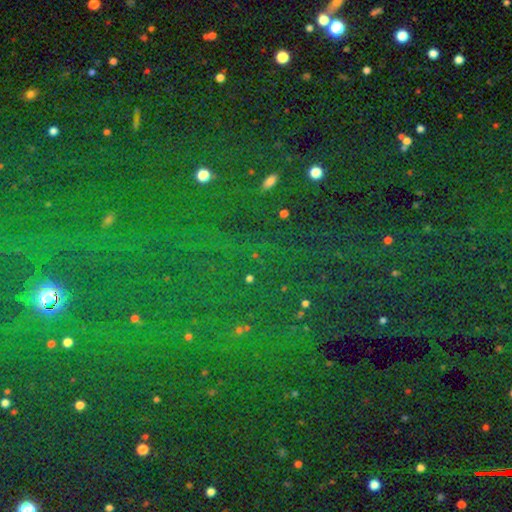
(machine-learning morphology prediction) star or artifact 71%, smooth 19%, featured or disk 9%.